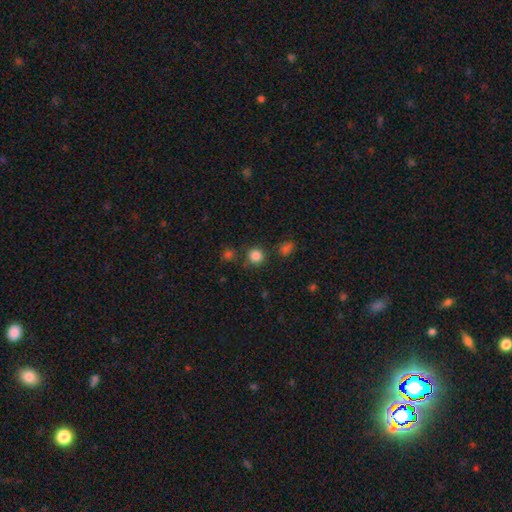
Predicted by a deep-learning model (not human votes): smooth_or_featured: smooth (p=0.83) [alt: star or artifact p=0.14]
how_rounded: round (p=0.92) [alt: in between p=0.07]
merging: none (p=0.81) [alt: minor disturbance p=0.09]